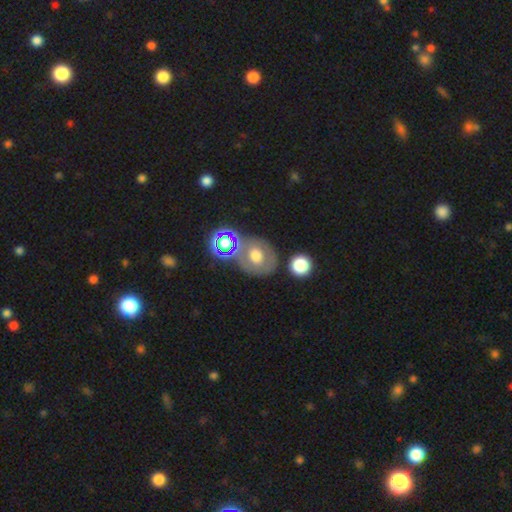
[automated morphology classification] A smooth galaxy with no disk features (49%). Merging: none (61%).